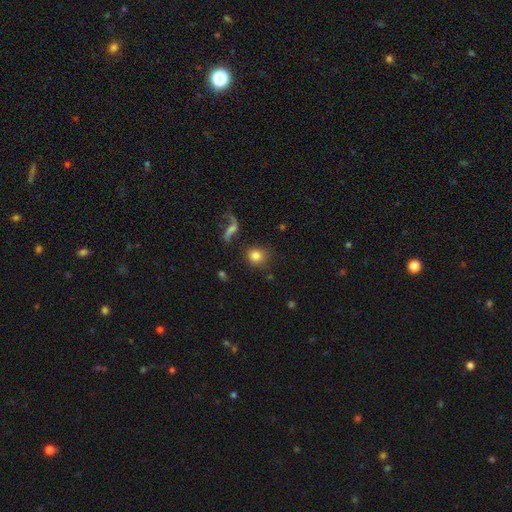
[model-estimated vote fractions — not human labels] smooth-or-featured: smooth: 79% | featured or disk: 12% | star or artifact: 10%
  how-rounded: round: 81% | in between: 17% | cigar-shaped: 2%
  merging: none: 76% | minor disturbance: 11% | merger: 6% | major disturbance: 6%